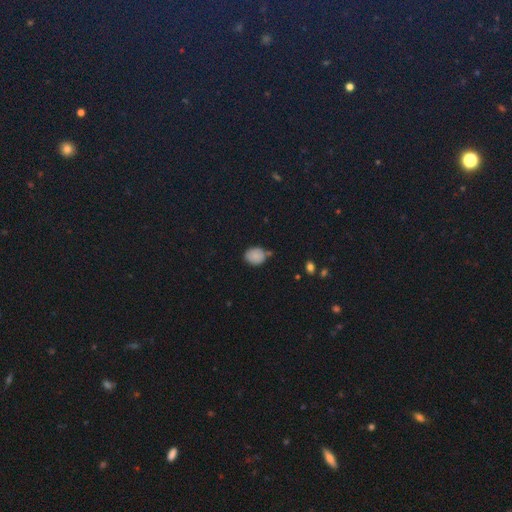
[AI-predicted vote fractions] Q: Smooth or featured?
A: smooth (82%); runner-up: star or artifact (12%)
Q: How rounded?
A: round (60%); runner-up: in between (39%)
Q: Merging?
A: none (66%); runner-up: minor disturbance (22%)